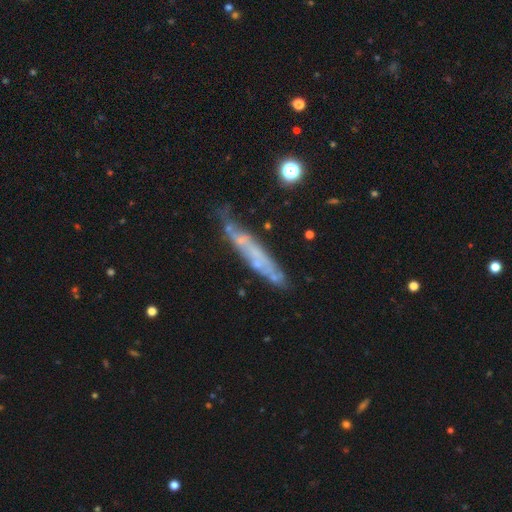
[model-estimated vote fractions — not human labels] smooth_or_featured: featured or disk (p=0.60) [alt: smooth p=0.30]
disk_edge_on: yes (p=0.60) [alt: no p=0.40]
merging: none (p=0.62) [alt: minor disturbance p=0.25]